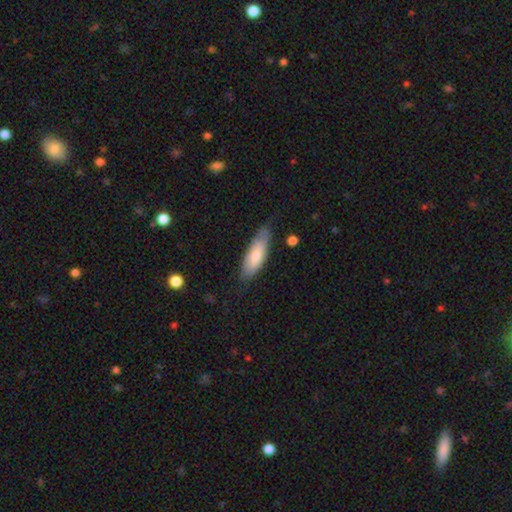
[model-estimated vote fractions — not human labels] Overall: smooth (77%). How rounded: in between (59%; cigar-shaped 39%). Merging: none (69%).